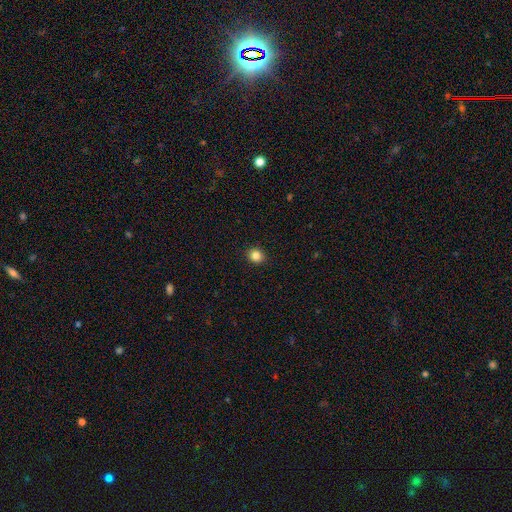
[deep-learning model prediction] A smooth galaxy with no disk features (84%) that is round (81%). Merging: none (92%).